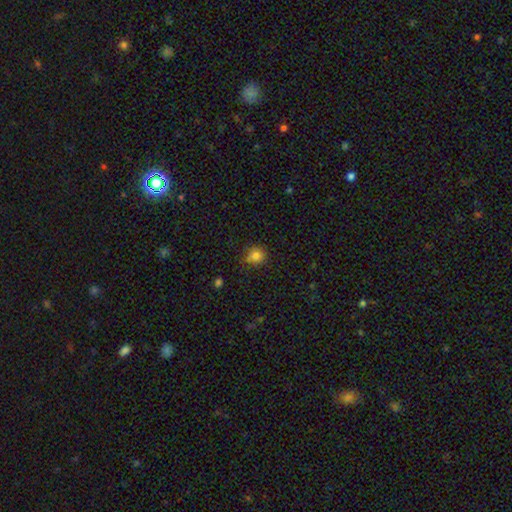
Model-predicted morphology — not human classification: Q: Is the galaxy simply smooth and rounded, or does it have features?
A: smooth — 82%.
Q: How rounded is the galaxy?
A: round — 87%.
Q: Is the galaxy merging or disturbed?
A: none — 81%.